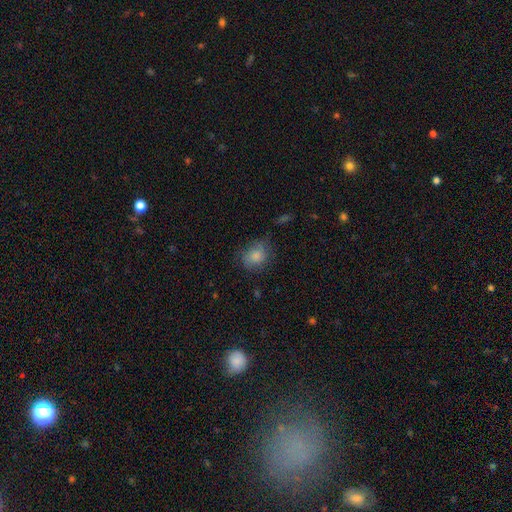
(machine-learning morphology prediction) Smooth or featured? smooth (77%)
How rounded? round (55%)
Merging? none (62%)